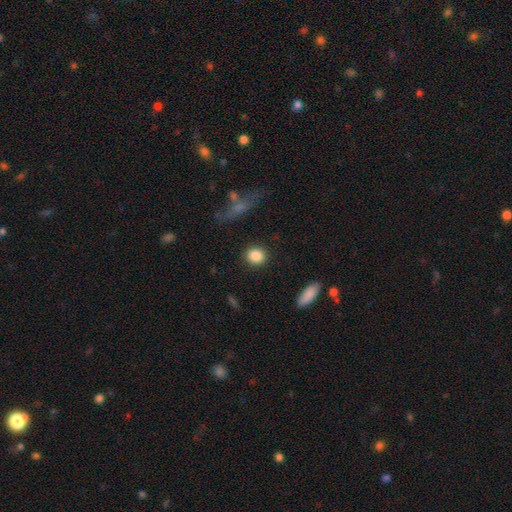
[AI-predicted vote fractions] Smooth or featured: smooth — 88% (star or artifact — 8%)
How rounded: round — 75% (in between — 23%)
Merging: none — 88% (minor disturbance — 8%)